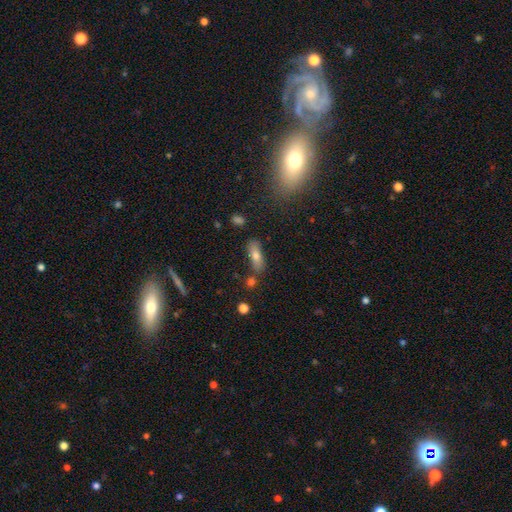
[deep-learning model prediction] Q: Smooth or featured?
A: smooth (72%); runner-up: featured or disk (18%)
Q: How rounded?
A: in between (69%); runner-up: cigar-shaped (27%)
Q: Merging?
A: none (72%); runner-up: minor disturbance (15%)